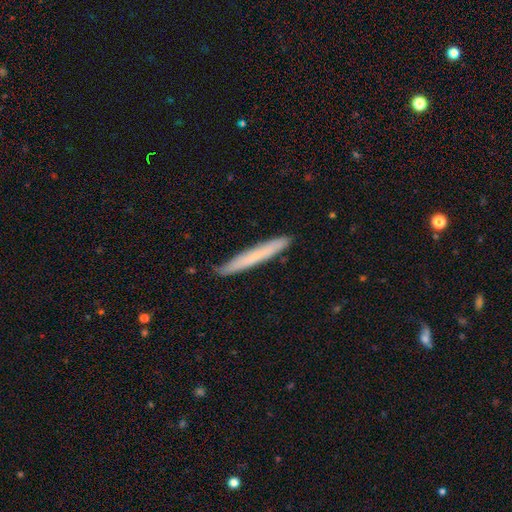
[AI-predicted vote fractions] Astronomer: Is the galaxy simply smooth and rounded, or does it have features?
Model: smooth — 63%.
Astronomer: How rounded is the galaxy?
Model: cigar-shaped — 96%.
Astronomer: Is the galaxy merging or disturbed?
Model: none — 88%.